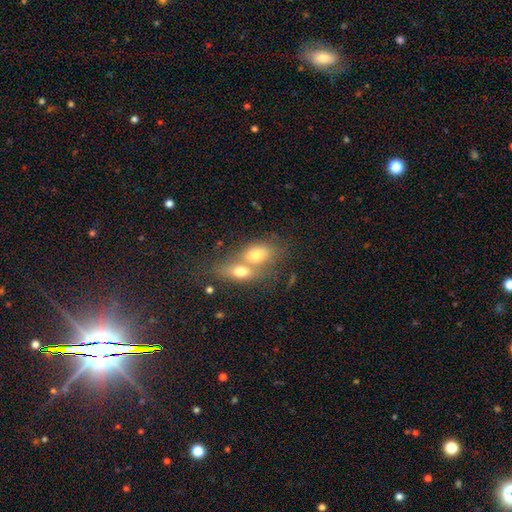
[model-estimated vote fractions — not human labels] This appears to be a smooth galaxy with no disk features (68%) that is in between round and cigar-shaped (74%). Merging: merger (70%).